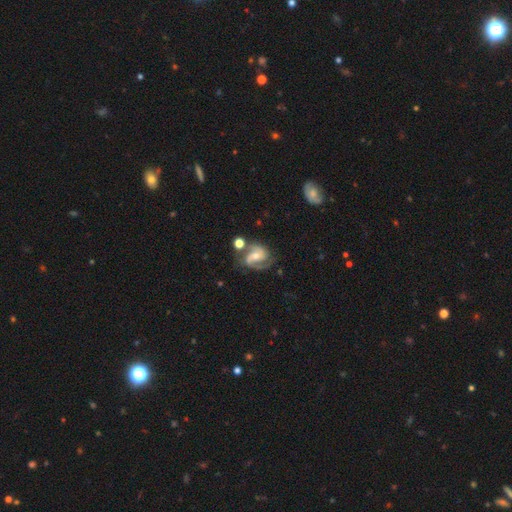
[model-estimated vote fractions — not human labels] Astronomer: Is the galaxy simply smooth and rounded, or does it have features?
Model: featured or disk — 86%.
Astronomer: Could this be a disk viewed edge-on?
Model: no — 98%.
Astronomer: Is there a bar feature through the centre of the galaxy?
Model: no — 41% (runner-up: weak, 40%).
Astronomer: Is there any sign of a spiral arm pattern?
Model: yes — 97%.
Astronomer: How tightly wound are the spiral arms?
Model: medium — 55%.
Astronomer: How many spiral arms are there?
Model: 2 — 86%.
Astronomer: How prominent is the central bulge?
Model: moderate — 51% (runner-up: small, 45%).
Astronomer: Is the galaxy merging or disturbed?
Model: none — 64%.